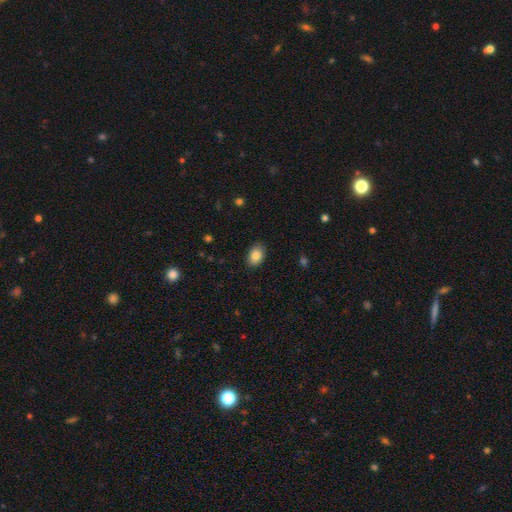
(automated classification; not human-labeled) This appears to be a smooth galaxy with no disk features (85%) that is in between round and cigar-shaped (83%). Merging: none (87%).